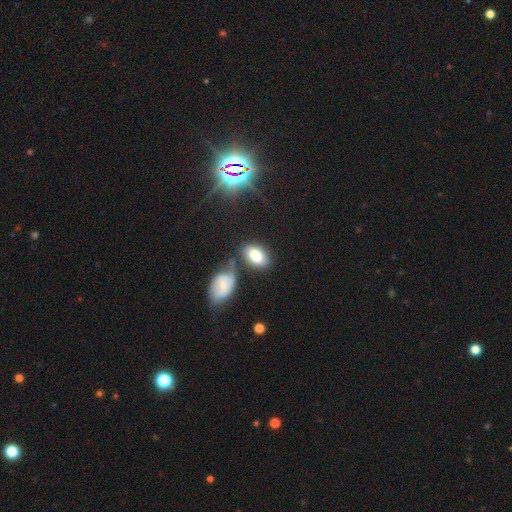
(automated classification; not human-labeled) Overall: smooth (80%). How rounded: in between (89%). Merging: none (58%; merger 18%).